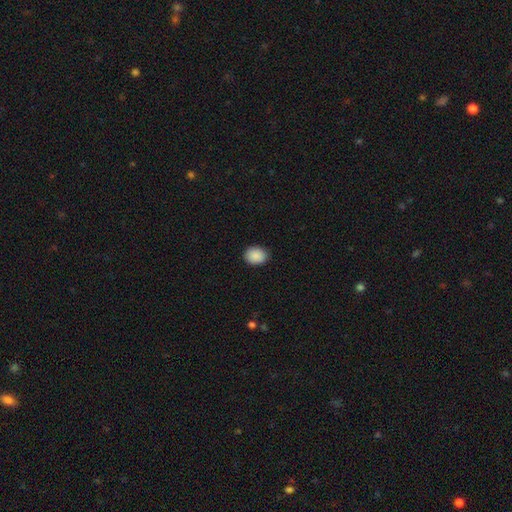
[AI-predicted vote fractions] smooth-or-featured: smooth: 90% | star or artifact: 8% | featured or disk: 3%
  how-rounded: in between: 53% | round: 46% | cigar-shaped: 1%
  merging: none: 88% | minor disturbance: 9% | major disturbance: 2% | merger: 1%